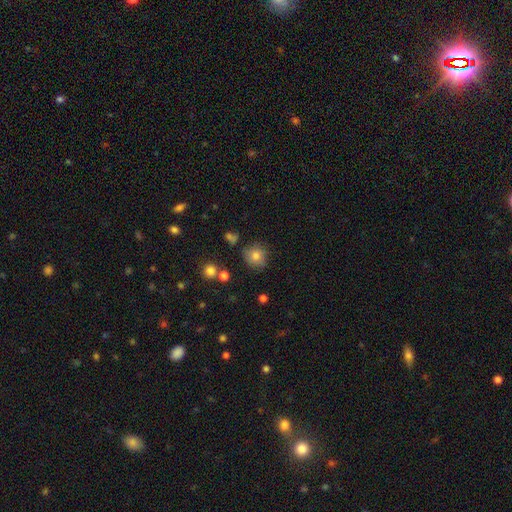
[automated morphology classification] Smooth or featured? Predicted: smooth (p=0.80). How rounded? Predicted: round (p=0.86). Merging? Predicted: none (p=0.77).